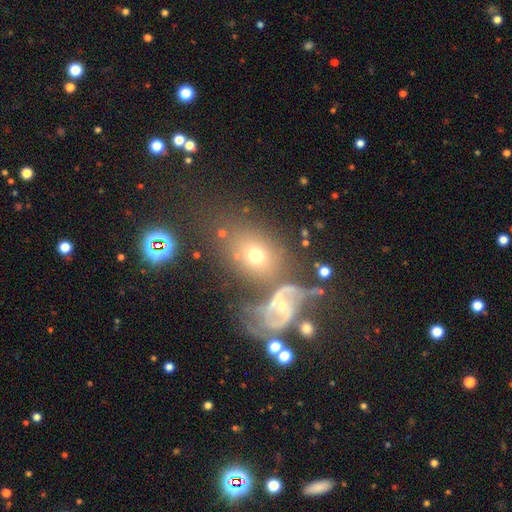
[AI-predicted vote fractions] smooth-or-featured: smooth: 60% | featured or disk: 28% | star or artifact: 13%
  how-rounded: in between: 62% | round: 36% | cigar-shaped: 2%
  merging: none: 45% | merger: 29% | minor disturbance: 15% | major disturbance: 11%